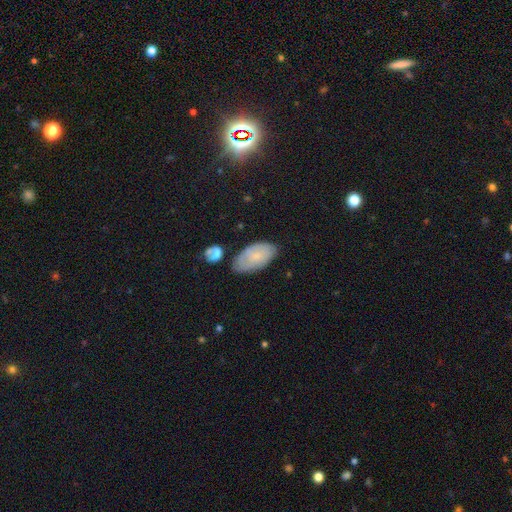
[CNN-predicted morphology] Smooth or featured?
  - smooth: 63% *
  - featured or disk: 29%
  - star or artifact: 9%
How rounded?
  - in between: 94% *
  - round: 3%
  - cigar-shaped: 3%
Merging?
  - none: 64% *
  - minor disturbance: 24%
  - major disturbance: 6%
  - merger: 6%